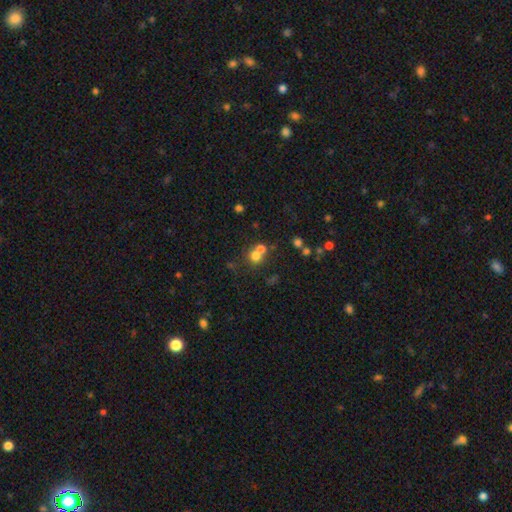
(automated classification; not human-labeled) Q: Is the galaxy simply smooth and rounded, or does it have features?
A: smooth — 68%.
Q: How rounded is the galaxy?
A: round — 85%.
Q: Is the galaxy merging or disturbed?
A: merger — 49%.